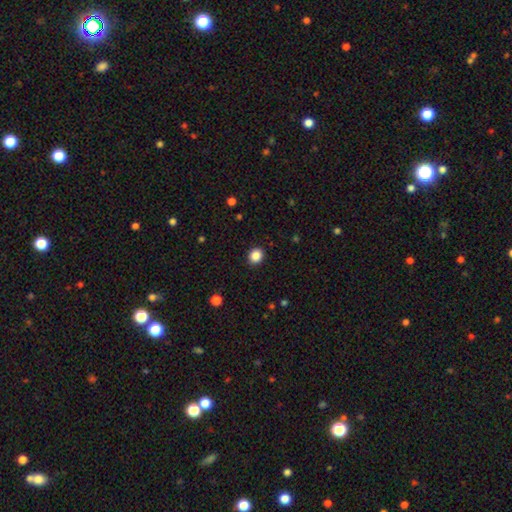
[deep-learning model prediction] smooth-or-featured: smooth: 86% | star or artifact: 10% | featured or disk: 3%
  how-rounded: round: 73% | in between: 26% | cigar-shaped: 1%
  merging: none: 91% | minor disturbance: 6% | major disturbance: 2% | merger: 1%